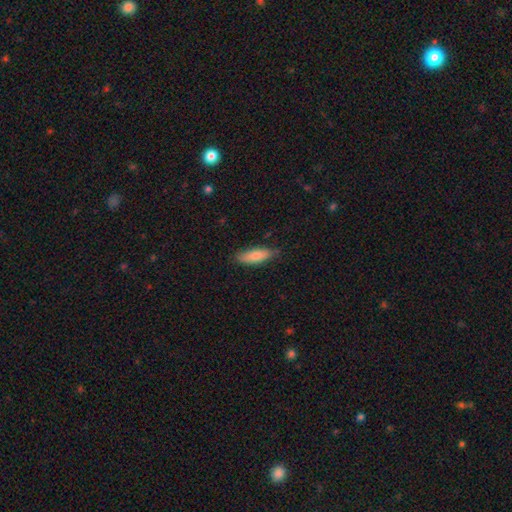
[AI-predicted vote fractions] Smooth or featured?
  - smooth: 82% *
  - featured or disk: 12%
  - star or artifact: 6%
How rounded?
  - in between: 58% *
  - cigar-shaped: 41%
  - round: 2%
Merging?
  - none: 78% *
  - minor disturbance: 18%
  - major disturbance: 3%
  - merger: 1%